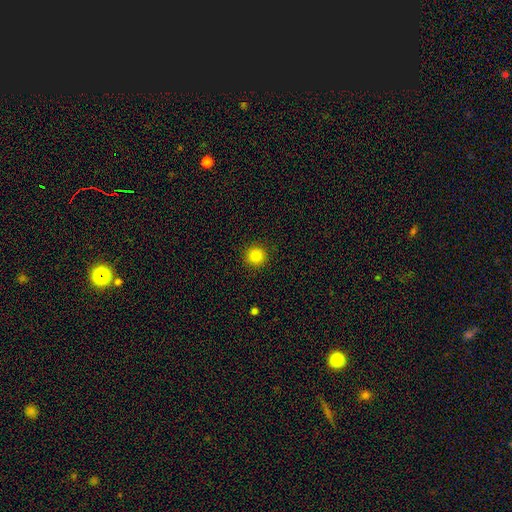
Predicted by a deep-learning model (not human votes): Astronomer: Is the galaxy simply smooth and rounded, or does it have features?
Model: smooth — 84%.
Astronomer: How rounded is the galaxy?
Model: round — 95%.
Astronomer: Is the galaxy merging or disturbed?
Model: none — 93%.